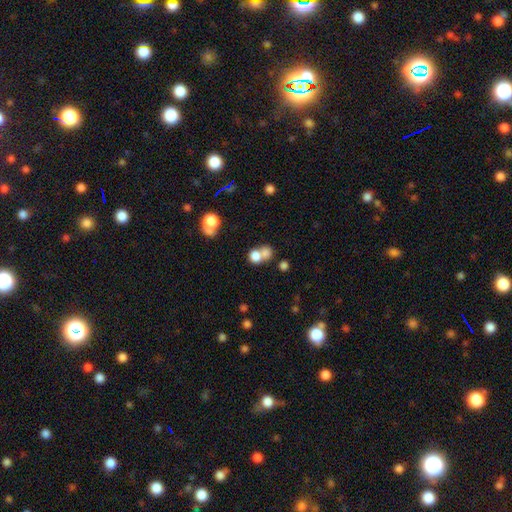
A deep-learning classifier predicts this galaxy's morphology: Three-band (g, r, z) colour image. It shows a smooth galaxy with no disk features (76%) that is round (73%). Merging: merger (53%).